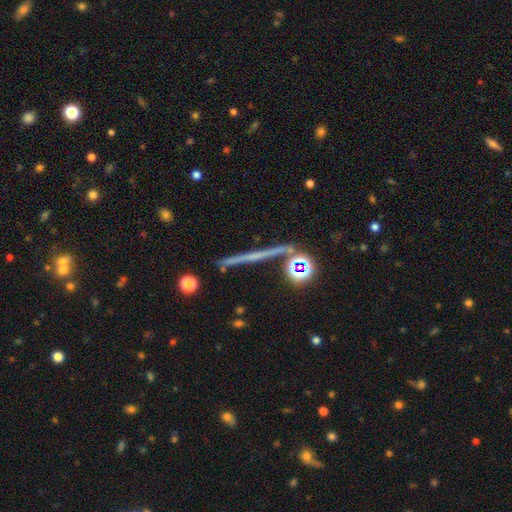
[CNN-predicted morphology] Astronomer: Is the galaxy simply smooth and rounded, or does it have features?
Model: featured or disk — 49% (runner-up: star or artifact, 27%).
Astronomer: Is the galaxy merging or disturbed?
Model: none — 81%.